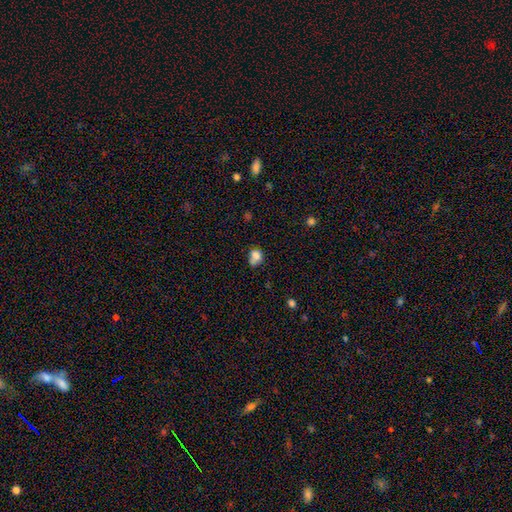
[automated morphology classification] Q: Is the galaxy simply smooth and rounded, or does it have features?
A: smooth — 77%.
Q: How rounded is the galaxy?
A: round — 55%.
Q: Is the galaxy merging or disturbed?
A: none — 42%.